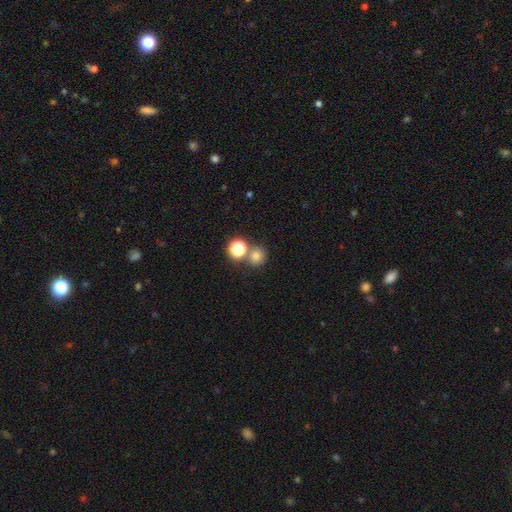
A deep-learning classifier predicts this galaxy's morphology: Smooth or featured? Predicted: smooth (p=0.75). How rounded? Predicted: round (p=0.89). Merging? Predicted: none (p=0.66).